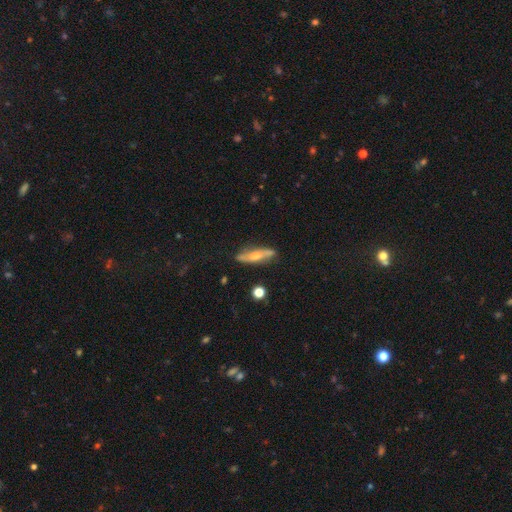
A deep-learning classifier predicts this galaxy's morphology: This is possibly a featured or disk galaxy (56%). It is likely viewed edge-on (74%). Merging: clearly none (82%).